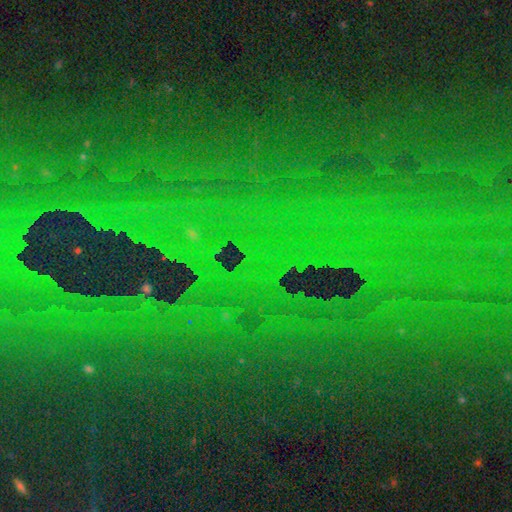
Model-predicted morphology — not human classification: This is clearly a star or artifact rather than a galaxy (82%).